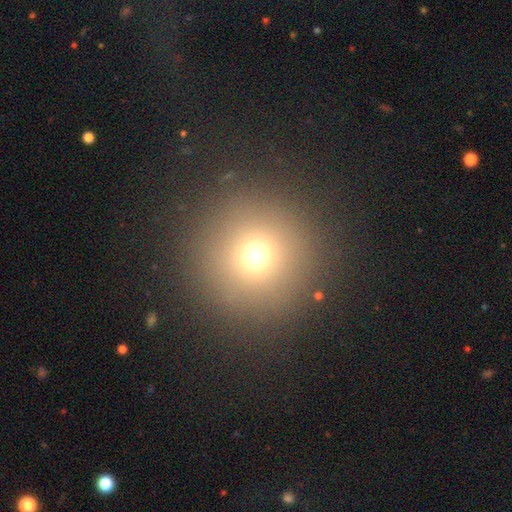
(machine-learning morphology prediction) Smooth or featured: smooth — 68% (star or artifact — 23%)
How rounded: round — 96% (in between — 3%)
Merging: none — 89% (minor disturbance — 5%)